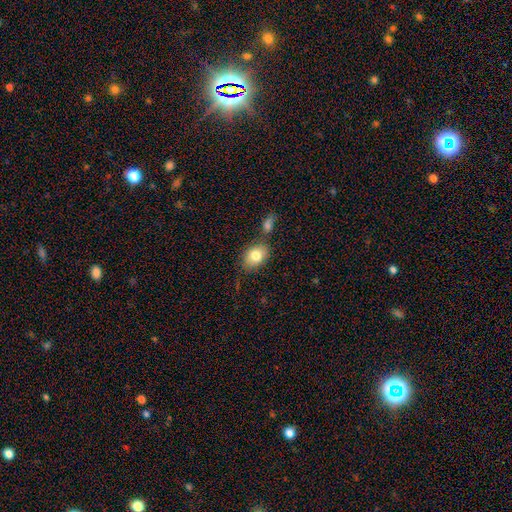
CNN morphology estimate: smooth_or_featured: smooth (p=0.80) [alt: featured or disk p=0.12]
how_rounded: in between (p=0.76) [alt: round p=0.23]
merging: none (p=0.67) [alt: minor disturbance p=0.15]